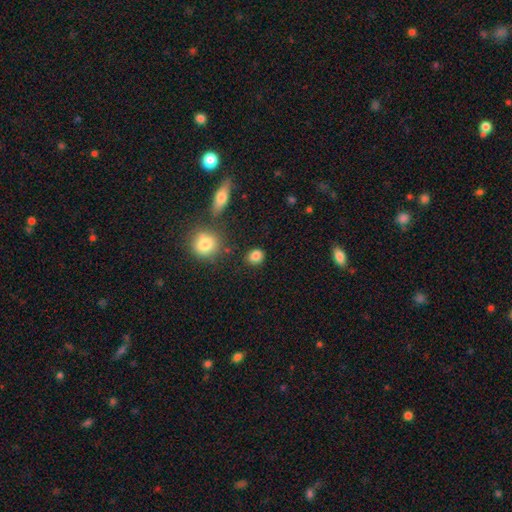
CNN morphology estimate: This is clearly a smooth galaxy (84%). How rounded: likely round (70%). Merging: clearly none (84%).